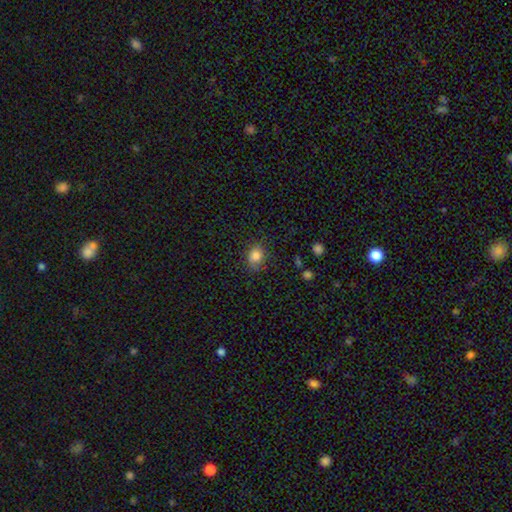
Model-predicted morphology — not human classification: smooth-or-featured: smooth: 82% | star or artifact: 11% | featured or disk: 7%
  how-rounded: round: 56% | in between: 43% | cigar-shaped: 1%
  merging: none: 74% | minor disturbance: 19% | major disturbance: 6% | merger: 2%